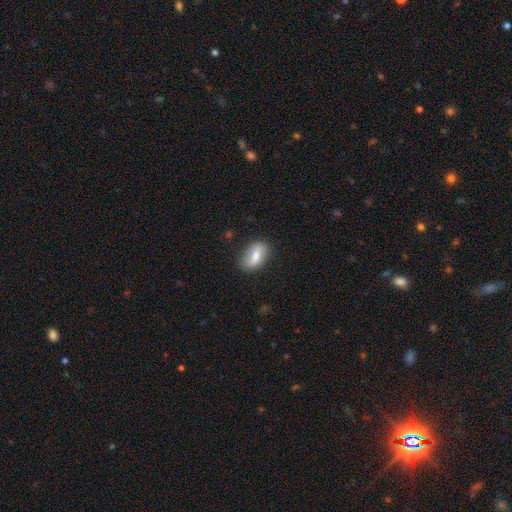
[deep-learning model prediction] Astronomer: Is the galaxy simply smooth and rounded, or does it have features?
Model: smooth — 64%.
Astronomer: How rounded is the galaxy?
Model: in between — 87%.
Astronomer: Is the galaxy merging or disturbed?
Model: none — 79%.